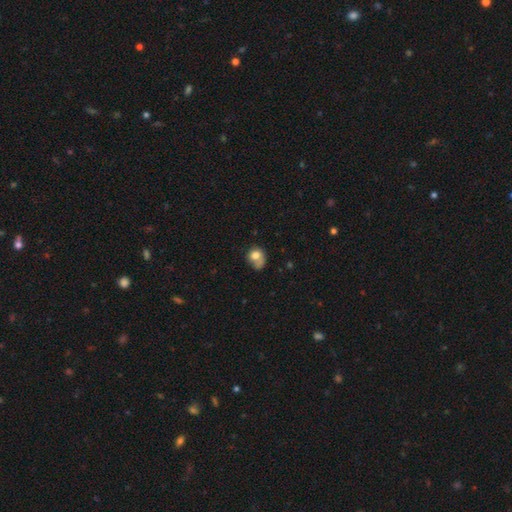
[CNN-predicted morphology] Smooth or featured: smooth — 73% (featured or disk — 17%)
How rounded: round — 57% (in between — 42%)
Merging: none — 35% (minor disturbance — 25%)